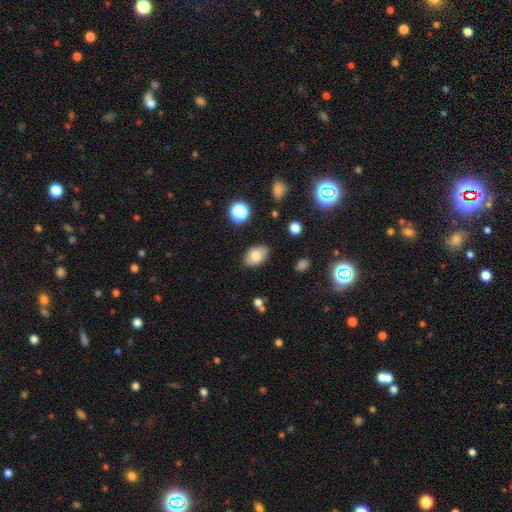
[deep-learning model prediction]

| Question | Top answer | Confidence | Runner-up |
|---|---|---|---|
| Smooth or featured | smooth | 75% | featured or disk (16%) |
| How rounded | in between | 88% | round (11%) |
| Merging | none | 82% | minor disturbance (13%) |